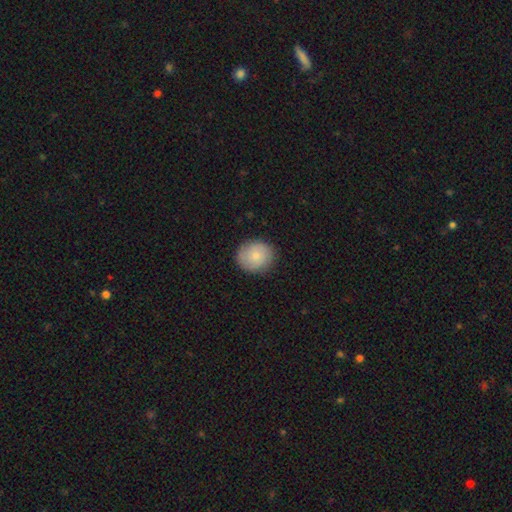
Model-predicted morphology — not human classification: Q: Smooth or featured?
A: smooth (68%); runner-up: featured or disk (25%)
Q: How rounded?
A: round (81%); runner-up: in between (18%)
Q: Merging?
A: none (86%); runner-up: minor disturbance (11%)